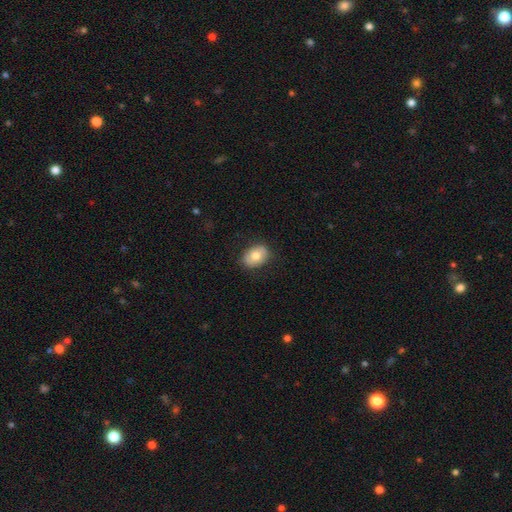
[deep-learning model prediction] Smooth or featured? smooth (74%)
How rounded? in between (71%)
Merging? none (84%)